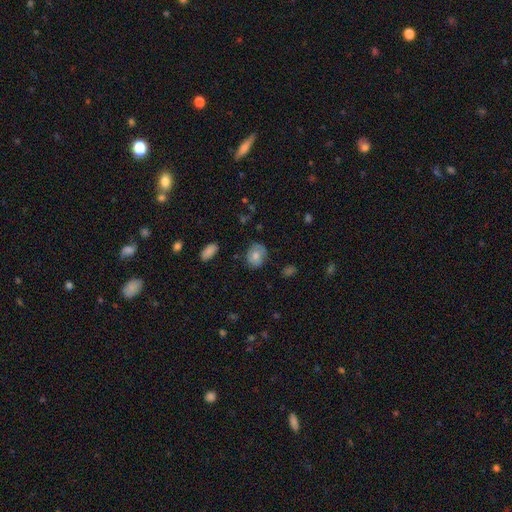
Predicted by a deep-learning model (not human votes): Smooth or featured? smooth (68%)
How rounded? round (57%)
Merging? none (71%)